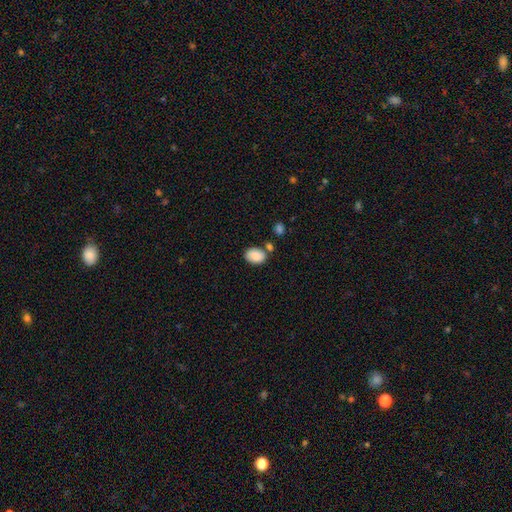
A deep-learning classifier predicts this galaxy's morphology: A smooth galaxy with no disk features (88%) that is in between round and cigar-shaped (80%). Merging: none (68%).